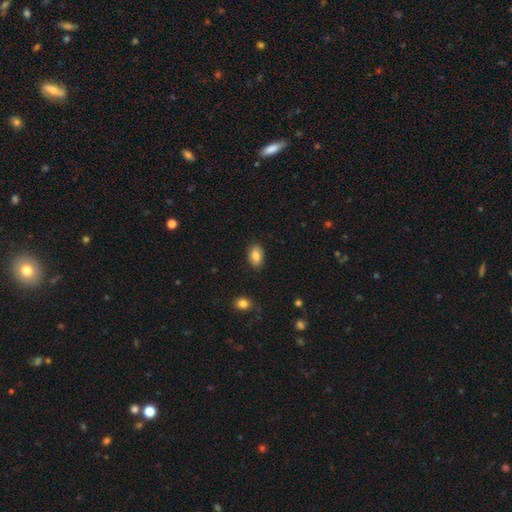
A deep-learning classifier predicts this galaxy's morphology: This appears to be a smooth galaxy with no disk features (84%) that is in between round and cigar-shaped (89%). Merging: none (85%).